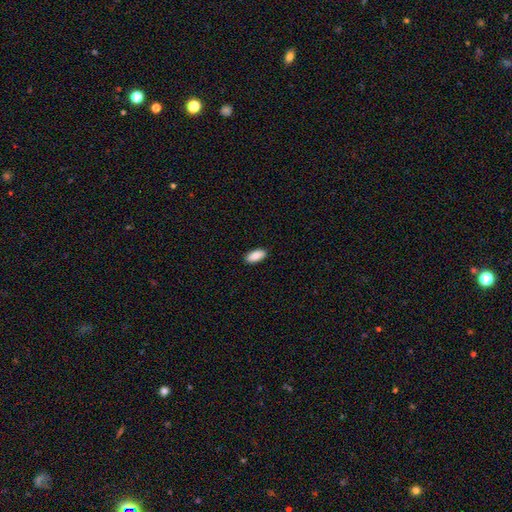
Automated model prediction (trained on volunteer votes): smooth_or_featured: smooth (p=0.90) [alt: star or artifact p=0.06]
how_rounded: in between (p=0.90) [alt: cigar-shaped p=0.08]
merging: none (p=0.90) [alt: minor disturbance p=0.07]